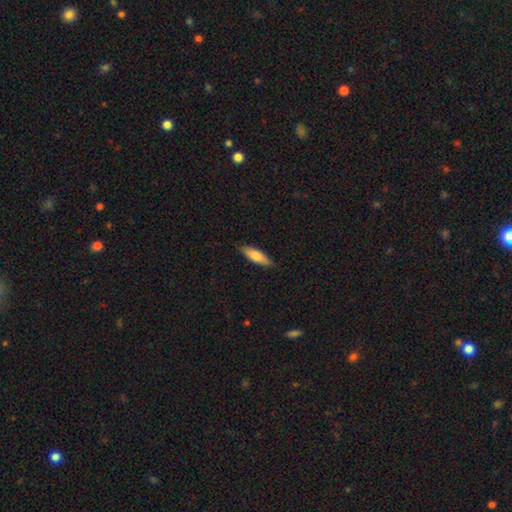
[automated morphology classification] The model was most divided on "how rounded": cigar-shaped: 50%, in between: 48%, round: 2%. More confident: merging — none (87%); smooth or featured — smooth (76%).